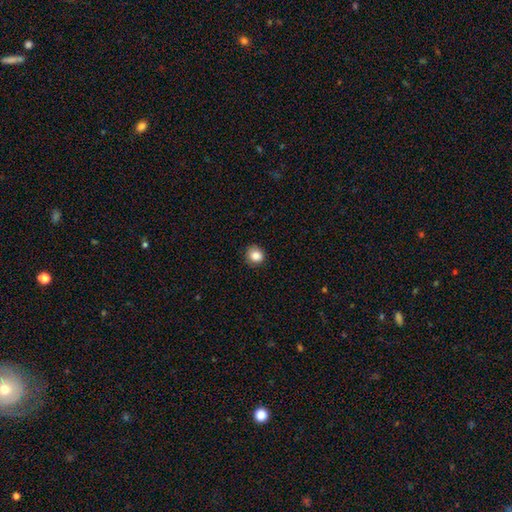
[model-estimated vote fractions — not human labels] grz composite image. It shows a smooth galaxy with no disk features (86%) that is round (87%). Merging: none (86%).